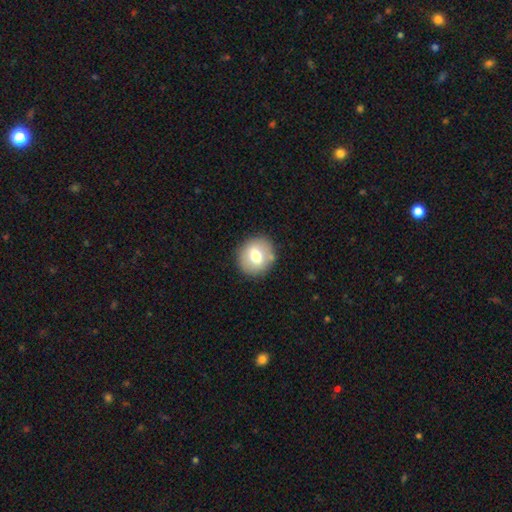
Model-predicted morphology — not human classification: Smooth or featured? Predicted: smooth (p=0.68). How rounded? Predicted: round (p=0.84). Merging? Predicted: none (p=0.85).